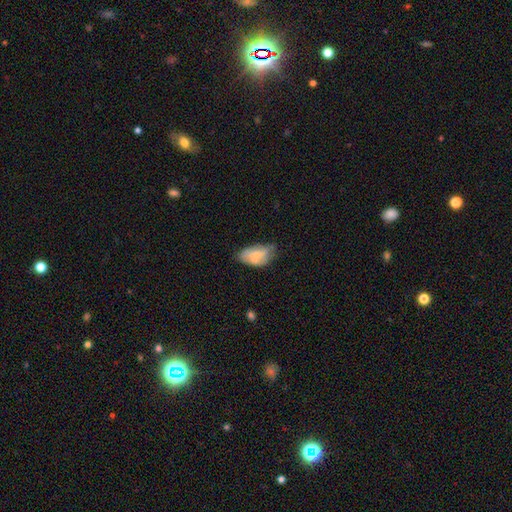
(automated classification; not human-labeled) Morphology: type=smooth (60%); roundness=in between (93%); merging=none (45%).